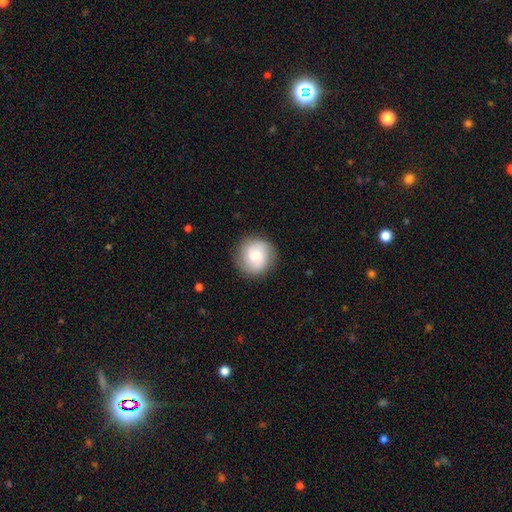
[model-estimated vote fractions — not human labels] smooth-or-featured: smooth: 53% | featured or disk: 40% | star or artifact: 7%
  how-rounded: round: 92% | in between: 7% | cigar-shaped: 1%
  merging: none: 87% | minor disturbance: 9% | major disturbance: 3% | merger: 1%